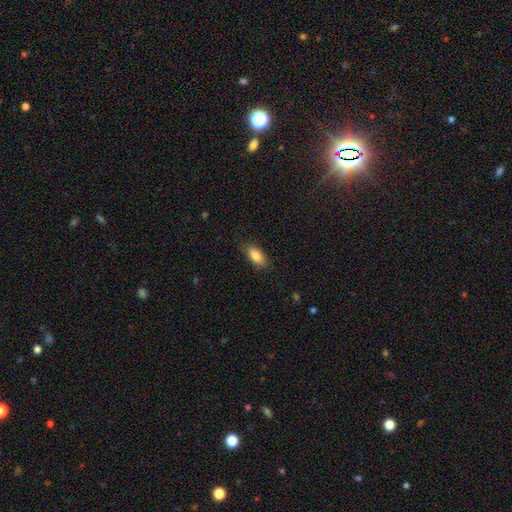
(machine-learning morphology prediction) This is clearly a smooth galaxy (83%). How rounded: clearly in between (85%). Merging: clearly none (84%).